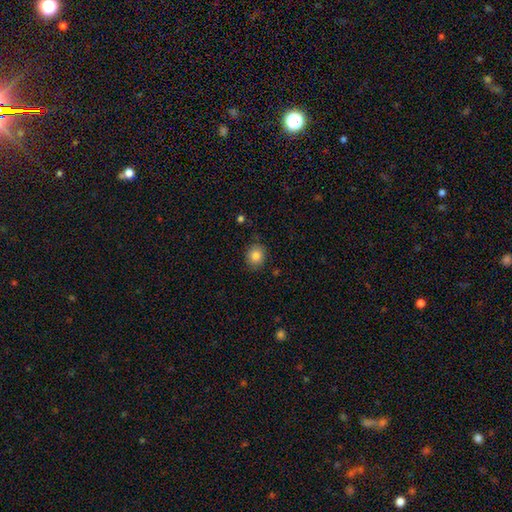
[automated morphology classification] A smooth galaxy with no disk features (85%) that is round (76%).

Vote fractions:
- Smooth or featured? smooth: 85% / star or artifact: 9% / featured or disk: 5%
- How rounded? round: 76% / in between: 23% / cigar-shaped: 1%
- Merging? none: 86% / minor disturbance: 10% / major disturbance: 3% / merger: 1%